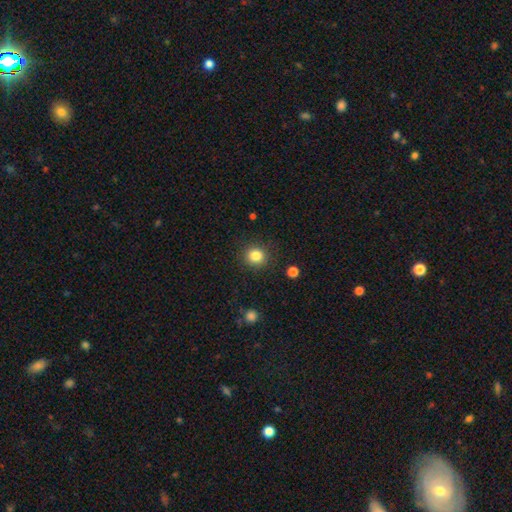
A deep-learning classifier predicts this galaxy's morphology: smooth 84%, star or artifact 11%, featured or disk 5%. Down the decision tree: how rounded — round (89%); merging — none (89%).